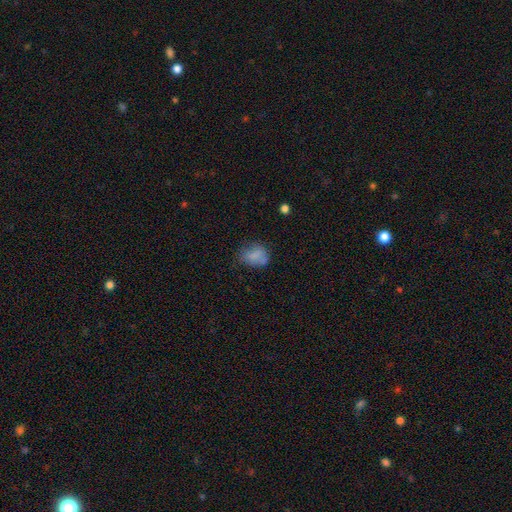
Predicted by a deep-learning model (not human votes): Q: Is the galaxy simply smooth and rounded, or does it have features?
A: smooth — 77%.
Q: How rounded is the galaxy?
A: in between — 62%.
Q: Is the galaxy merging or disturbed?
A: none — 54%.